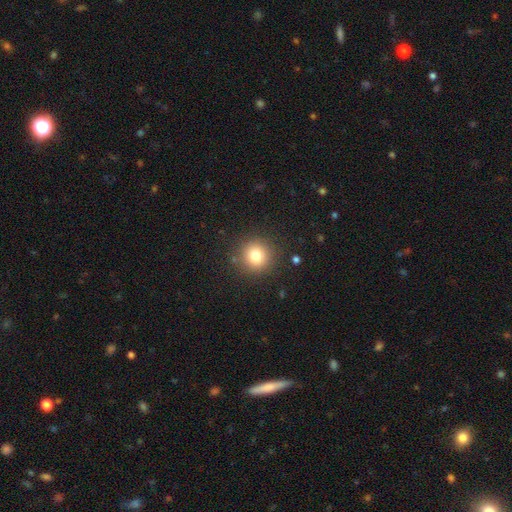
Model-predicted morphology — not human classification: Overall: smooth (79%). How rounded: round (93%). Merging: none (88%).